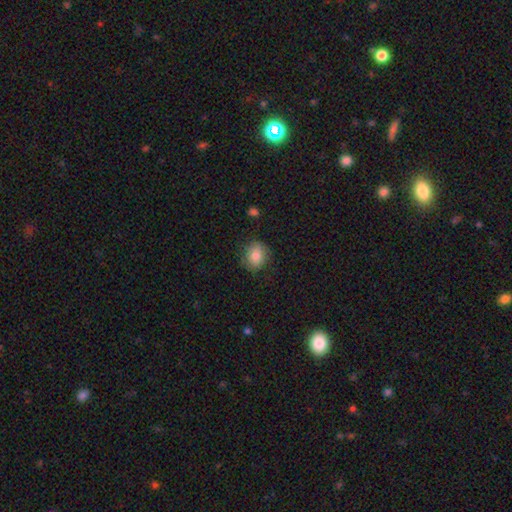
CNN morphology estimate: Smooth or featured: smooth — 81% (featured or disk — 10%)
How rounded: round — 73% (in between — 27%)
Merging: none — 82% (minor disturbance — 13%)